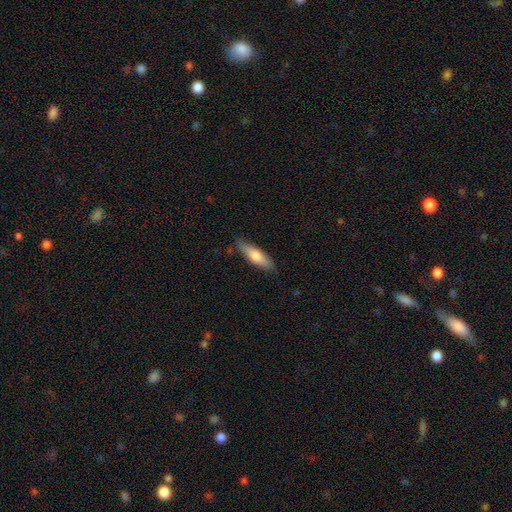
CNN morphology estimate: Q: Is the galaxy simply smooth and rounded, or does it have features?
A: smooth — 71%.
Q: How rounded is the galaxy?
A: cigar-shaped — 57%.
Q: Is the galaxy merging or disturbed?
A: none — 82%.